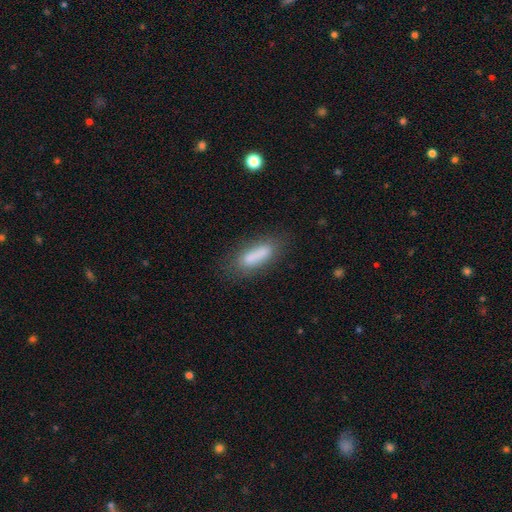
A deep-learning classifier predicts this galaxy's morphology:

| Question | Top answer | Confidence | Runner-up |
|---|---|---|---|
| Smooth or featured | smooth | 78% | featured or disk (13%) |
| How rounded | in between | 50% | cigar-shaped (48%) |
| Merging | none | 69% | minor disturbance (18%) |